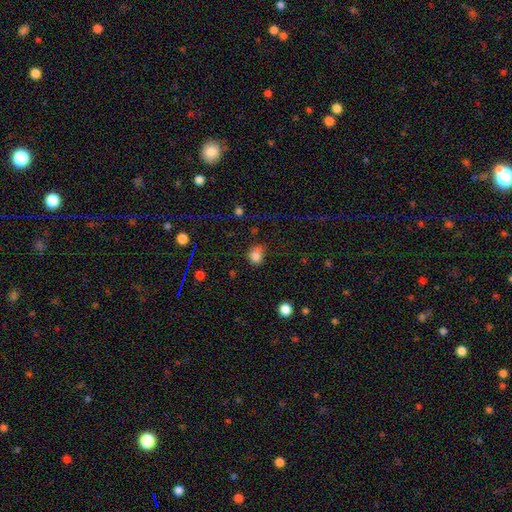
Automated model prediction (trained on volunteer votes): Smooth or featured?
  - smooth: 81% *
  - star or artifact: 13%
  - featured or disk: 6%
How rounded?
  - round: 62% *
  - in between: 37%
  - cigar-shaped: 1%
Merging?
  - none: 51% *
  - minor disturbance: 31%
  - major disturbance: 13%
  - merger: 6%